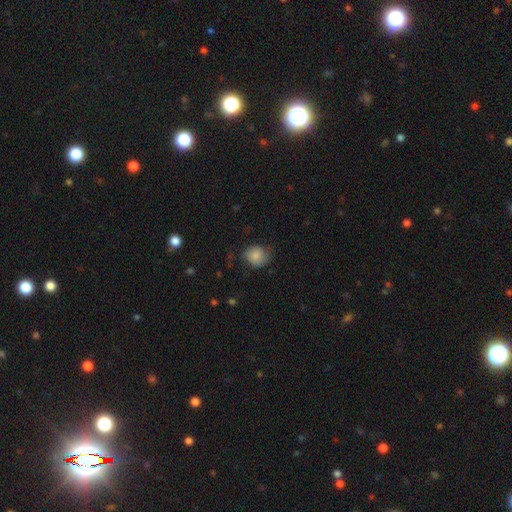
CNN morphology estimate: Overall: smooth (82%). How rounded: round (71%). Merging: none (66%; minor disturbance 26%).